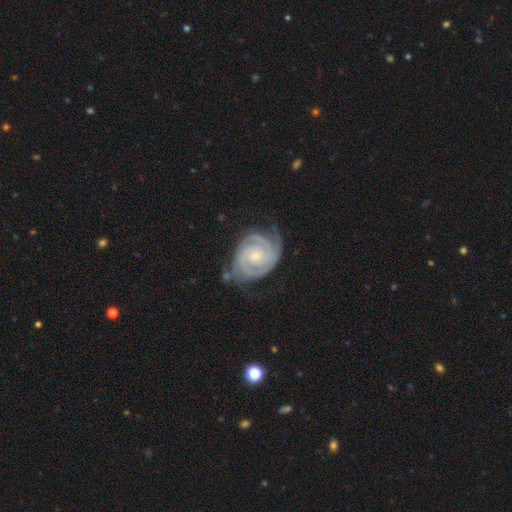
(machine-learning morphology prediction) smooth_or_featured: featured or disk (p=0.92) [alt: star or artifact p=0.04]
disk_edge_on: no (p=0.98) [alt: yes p=0.02]
bar: no (p=0.60) [alt: weak p=0.31]
has_spiral_arms: yes (p=0.99) [alt: no p=0.01]
spiral_winding: tight (p=0.83) [alt: medium p=0.15]
spiral_arm_count: 2 (p=0.61) [alt: 3 p=0.22]
bulge_size: small (p=0.59) [alt: moderate p=0.36]
merging: none (p=0.71) [alt: minor disturbance p=0.21]